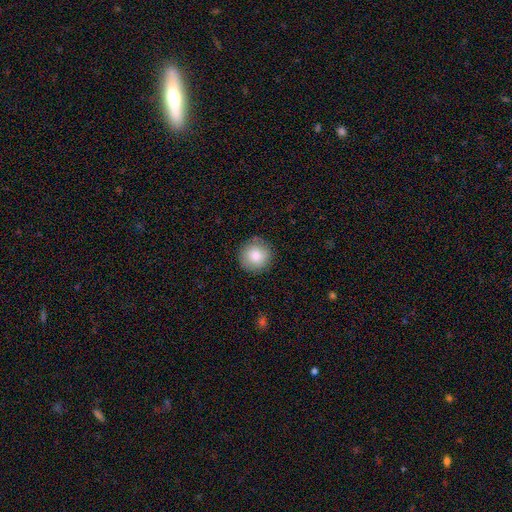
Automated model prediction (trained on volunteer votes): This is clearly a smooth galaxy (82%). How rounded: clearly round (95%). Merging: clearly none (87%).